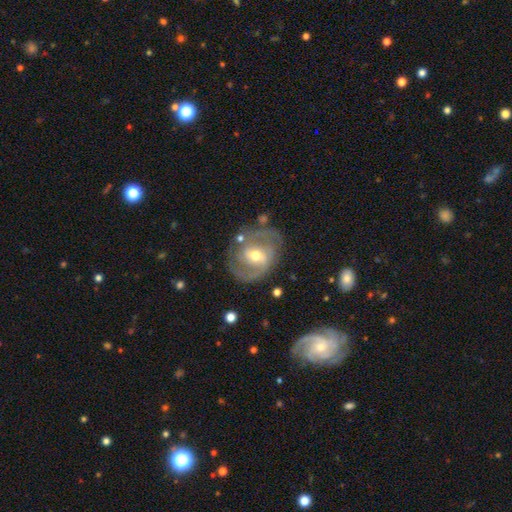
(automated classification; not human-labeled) This is likely a featured or disk galaxy (78%). It is clearly not viewed edge-on (97%). Bar: possibly weak (48%). Spiral arm pattern: clearly yes (85%). Spiral arm count: likely 2 (69%). Spiral winding: possibly medium (45%). Central bulge: likely moderate (67%). Merging: likely none (68%).